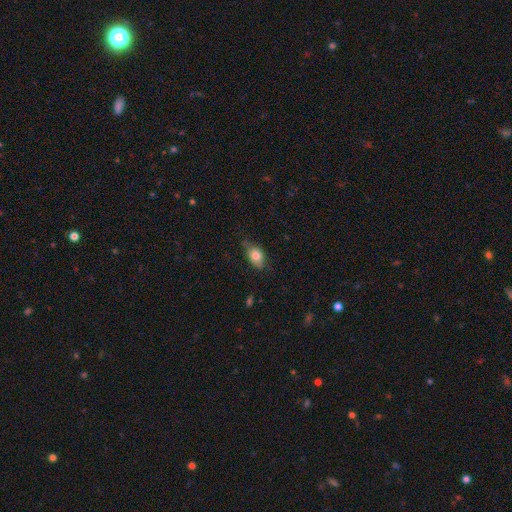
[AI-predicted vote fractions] Smooth or featured? smooth (77%)
How rounded? in between (78%)
Merging? none (60%)